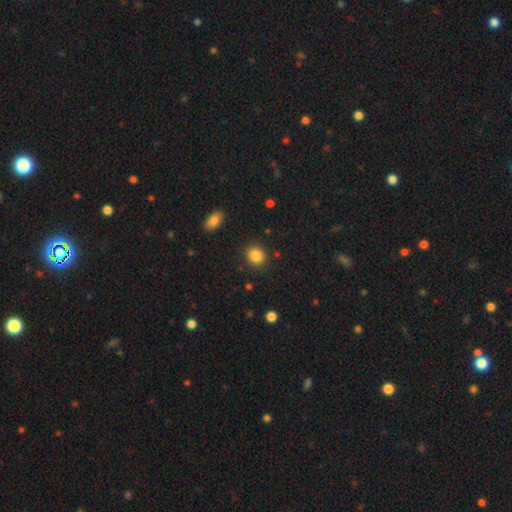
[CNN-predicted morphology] smooth 86%, star or artifact 9%, featured or disk 5%. Down the decision tree: how rounded — round (71%); merging — none (88%).